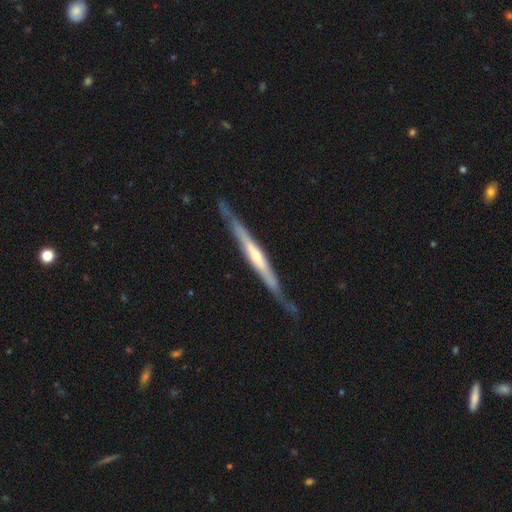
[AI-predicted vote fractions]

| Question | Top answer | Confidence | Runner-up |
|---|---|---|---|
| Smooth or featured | featured or disk | 80% | smooth (15%) |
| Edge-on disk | yes | 94% | no (6%) |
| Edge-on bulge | rounded | 54% | none (33%) |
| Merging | none | 78% | minor disturbance (17%) |